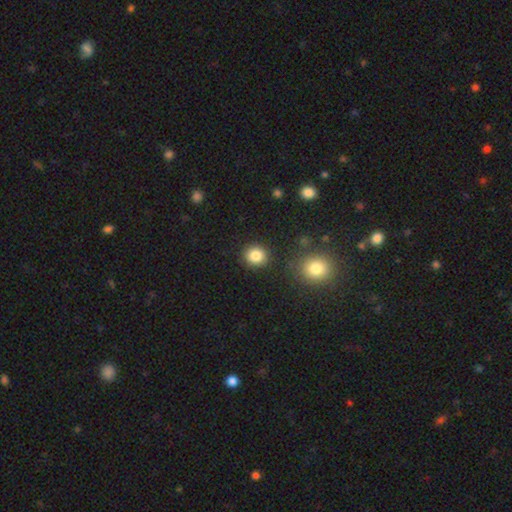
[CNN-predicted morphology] smooth 86%, star or artifact 10%, featured or disk 4%. Down the decision tree: how rounded — round (82%); merging — none (88%).